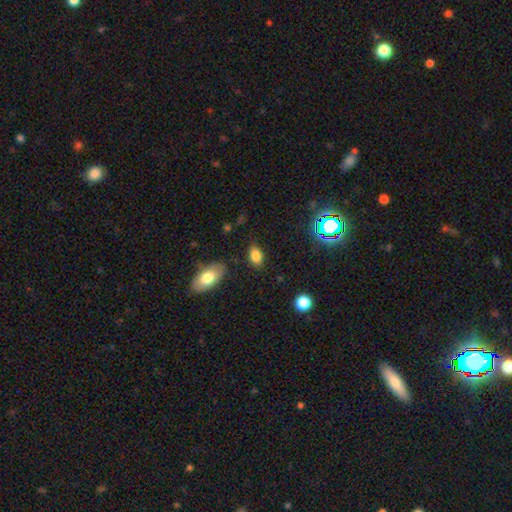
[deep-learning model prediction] smooth_or_featured: smooth (p=0.82) [alt: star or artifact p=0.11]
how_rounded: in between (p=0.88) [alt: round p=0.09]
merging: none (p=0.82) [alt: minor disturbance p=0.12]